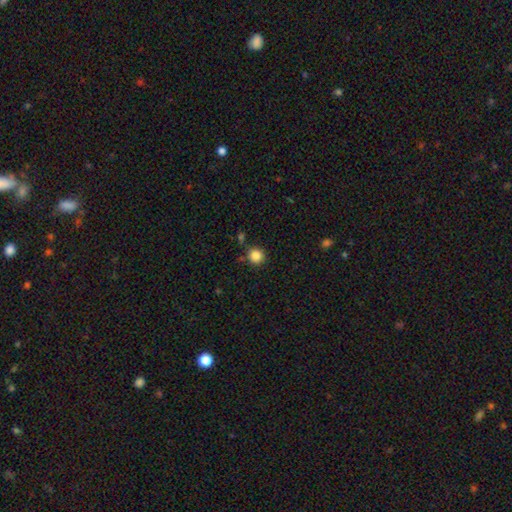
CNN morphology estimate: This is clearly a smooth galaxy (85%). How rounded: clearly round (95%). Merging: clearly none (84%).